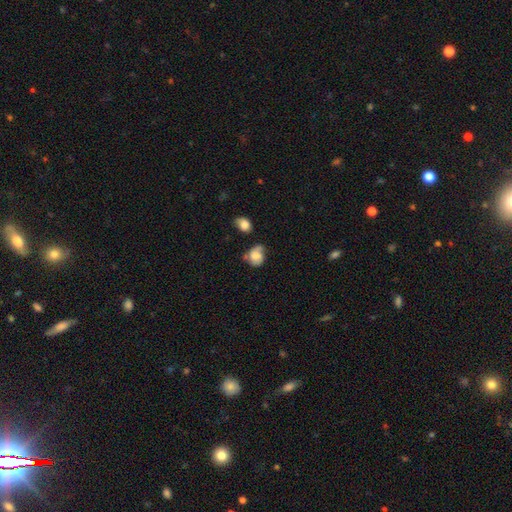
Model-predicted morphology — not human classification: The model was most divided on "how rounded": in between: 51%, round: 48%, cigar-shaped: 1%. Remaining: smooth or featured — smooth (58%); merging — none (41%).